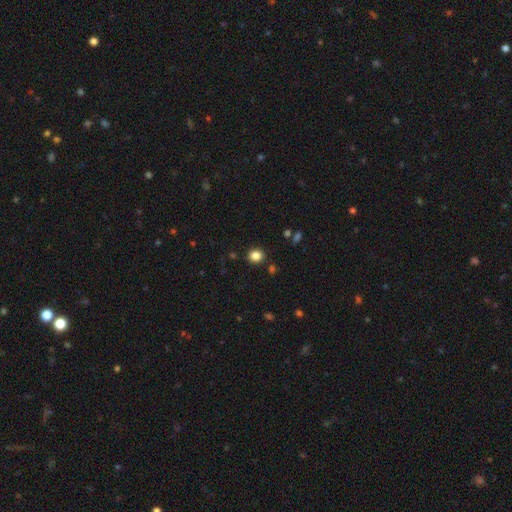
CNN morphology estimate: smooth-or-featured: smooth: 84% | star or artifact: 12% | featured or disk: 5%
  how-rounded: round: 76% | in between: 23% | cigar-shaped: 1%
  merging: none: 89% | minor disturbance: 7% | merger: 2% | major disturbance: 2%